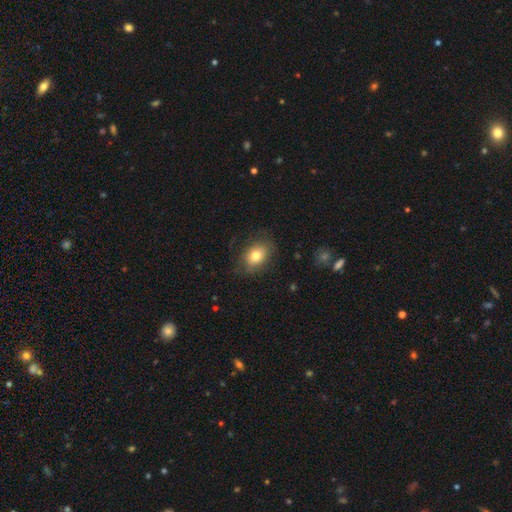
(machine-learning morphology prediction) smooth 78%, featured or disk 13%, star or artifact 9%. Down the decision tree: how rounded — in between (72%); merging — none (78%).